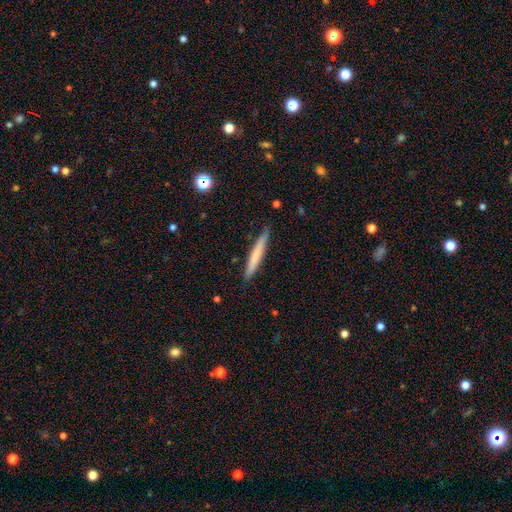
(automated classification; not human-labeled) smooth_or_featured: smooth (p=0.65) [alt: featured or disk p=0.29]
how_rounded: cigar-shaped (p=0.96) [alt: in between p=0.03]
merging: none (p=0.88) [alt: minor disturbance p=0.09]